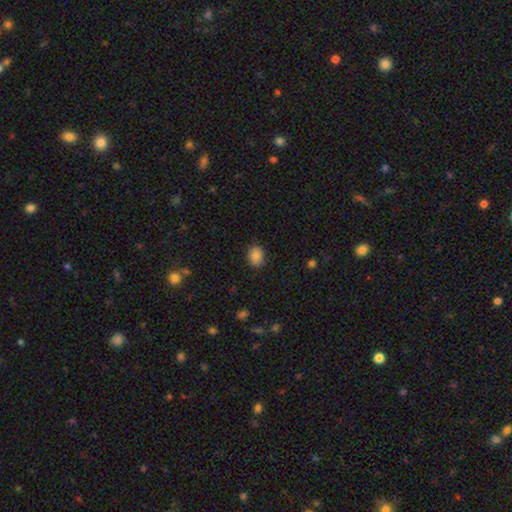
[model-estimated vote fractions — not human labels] smooth_or_featured: smooth (p=0.86) [alt: star or artifact p=0.09]
how_rounded: in between (p=0.55) [alt: round p=0.44]
merging: none (p=0.85) [alt: minor disturbance p=0.11]